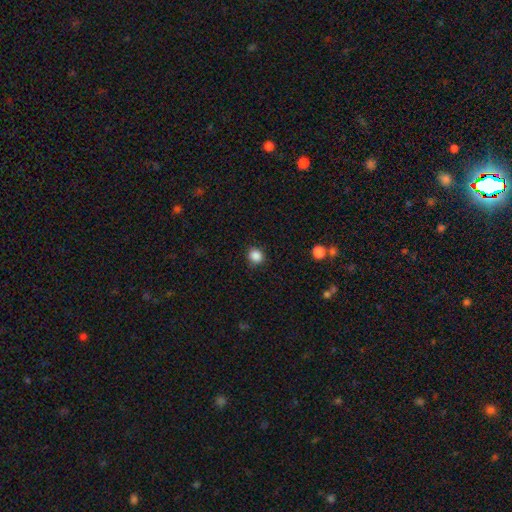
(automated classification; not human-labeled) Smooth or featured: smooth — 87% (star or artifact — 11%)
How rounded: round — 86% (in between — 13%)
Merging: none — 87% (minor disturbance — 9%)